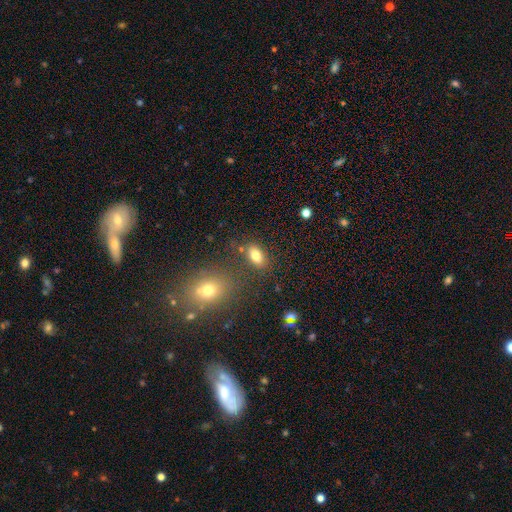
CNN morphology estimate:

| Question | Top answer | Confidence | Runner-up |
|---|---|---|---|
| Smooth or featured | smooth | 80% | star or artifact (11%) |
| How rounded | in between | 88% | round (9%) |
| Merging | none | 78% | minor disturbance (12%) |